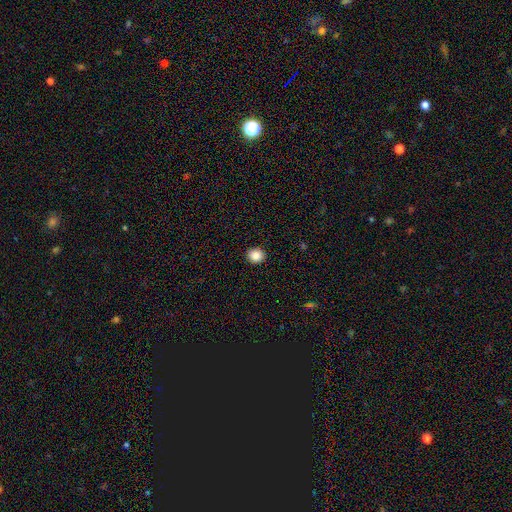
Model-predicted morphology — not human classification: Smooth or featured?
  - smooth: 86% *
  - star or artifact: 10%
  - featured or disk: 4%
How rounded?
  - round: 83% *
  - in between: 16%
  - cigar-shaped: 1%
Merging?
  - none: 92% *
  - minor disturbance: 5%
  - major disturbance: 2%
  - merger: 1%